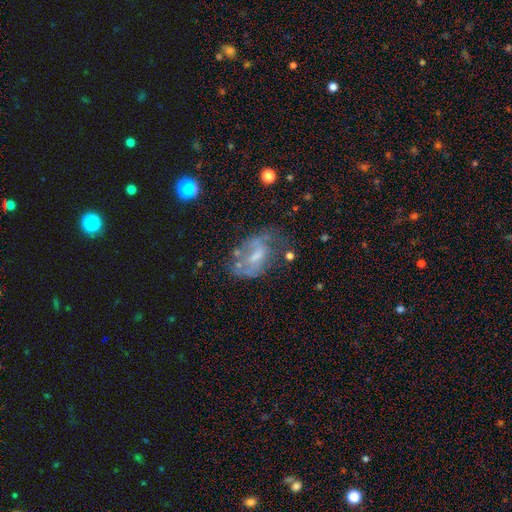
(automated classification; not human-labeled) Smooth or featured? featured or disk (58%)
Edge-on disk? no (96%)
Bar? no (53%)
Spiral arms? no (57%)
Bulge size? small (42%)
Merging? none (40%)